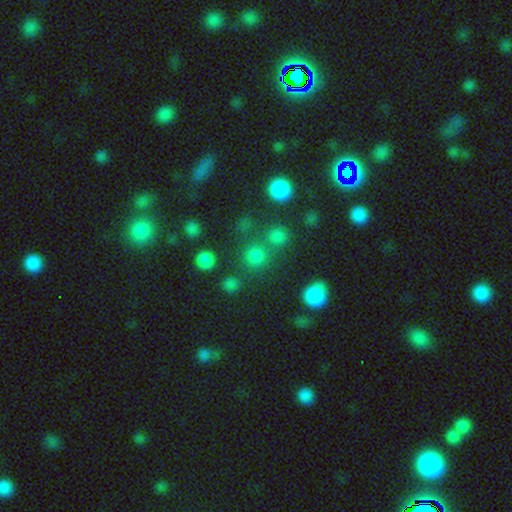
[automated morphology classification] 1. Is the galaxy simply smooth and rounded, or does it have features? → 73% smooth, 20% star or artifact, 7% featured or disk.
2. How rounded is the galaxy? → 92% round, 7% in between, 1% cigar-shaped.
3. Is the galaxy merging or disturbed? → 70% none, 18% merger, 8% minor disturbance, 4% major disturbance.